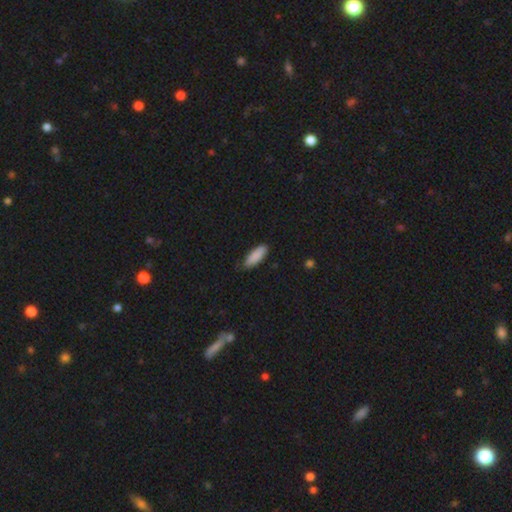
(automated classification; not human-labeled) Morphology: type=smooth (89%); roundness=in between (64%); merging=none (79%).